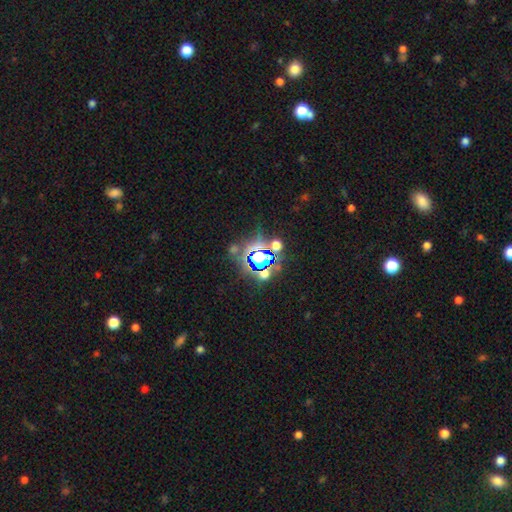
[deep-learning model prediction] Smooth or featured?
  - star or artifact: 66% *
  - smooth: 23%
  - featured or disk: 11%